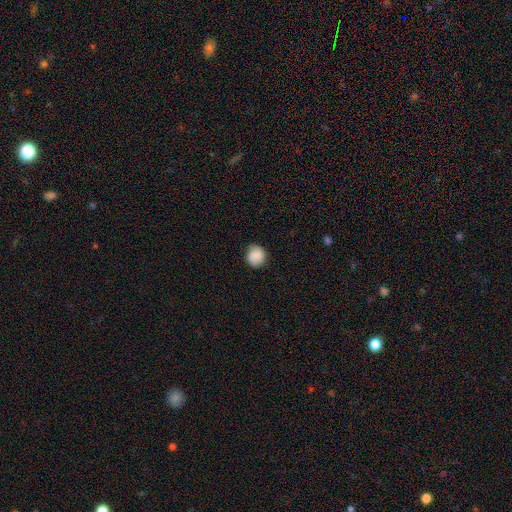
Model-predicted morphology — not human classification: Q: Smooth or featured?
A: smooth (84%); runner-up: featured or disk (8%)
Q: How rounded?
A: round (81%); runner-up: in between (18%)
Q: Merging?
A: none (76%); runner-up: minor disturbance (19%)